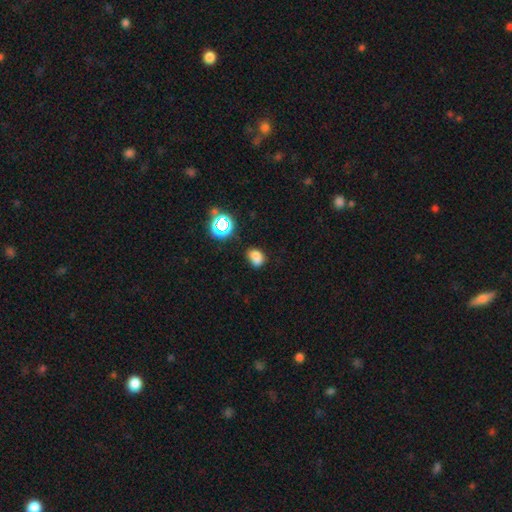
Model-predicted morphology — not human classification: smooth-or-featured: smooth: 75% | star or artifact: 17% | featured or disk: 8%
  how-rounded: in between: 67% | round: 32% | cigar-shaped: 1%
  merging: none: 60% | minor disturbance: 23% | merger: 10% | major disturbance: 7%